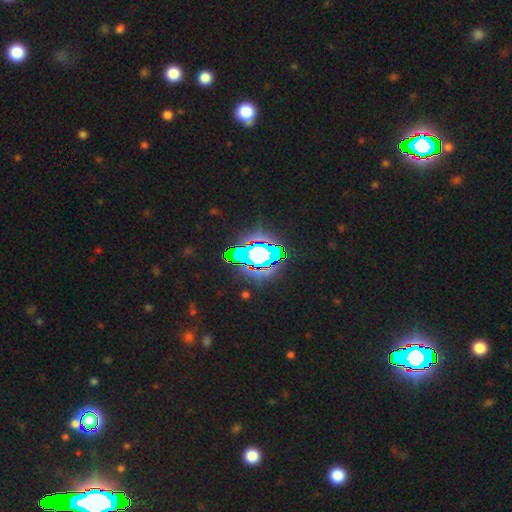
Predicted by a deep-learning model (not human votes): Smooth or featured? Predicted: star or artifact (p=0.67).